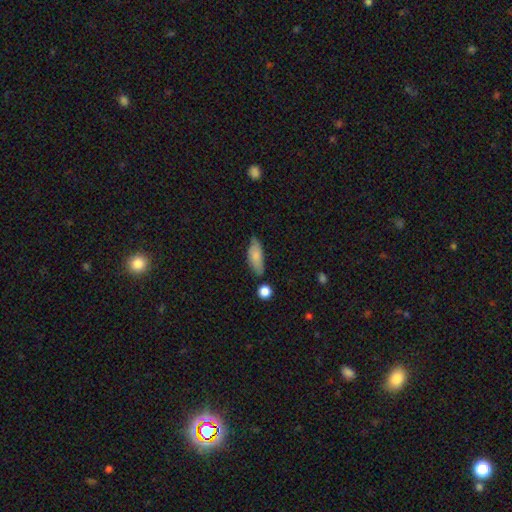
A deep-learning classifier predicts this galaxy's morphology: This is likely a smooth galaxy (79%). How rounded: likely in between (77%). Merging: likely none (66%).